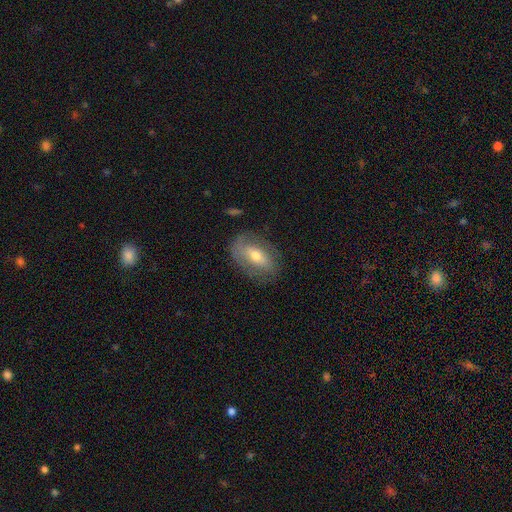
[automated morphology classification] A smooth galaxy with no disk features (47%).

Vote fractions:
- Smooth or featured? smooth: 47% / featured or disk: 46% / star or artifact: 8%
- Merging? none: 74% / minor disturbance: 18% / major disturbance: 7% / merger: 2%